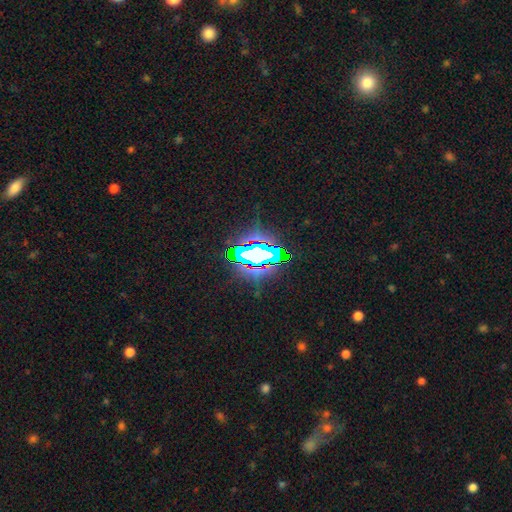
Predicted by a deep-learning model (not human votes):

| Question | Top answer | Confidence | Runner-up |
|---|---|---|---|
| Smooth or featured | star or artifact | 65% | smooth (19%) |